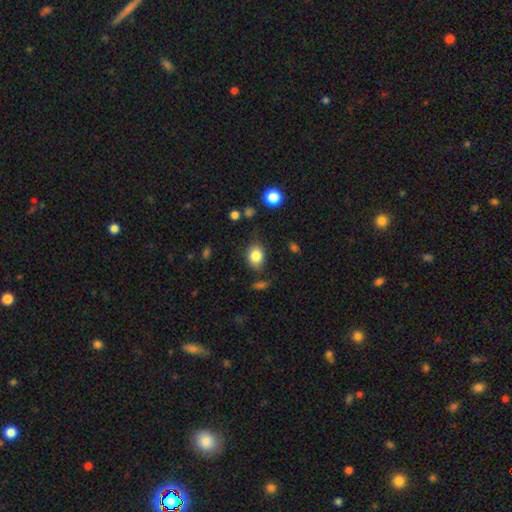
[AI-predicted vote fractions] This appears to be a smooth galaxy with no disk features (84%) that is in between round and cigar-shaped (58%). Merging: none (76%).